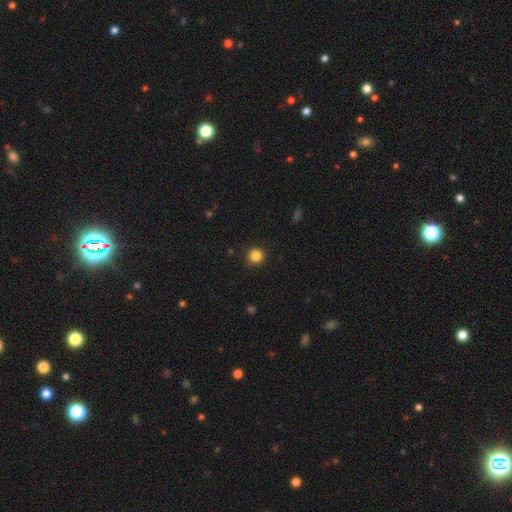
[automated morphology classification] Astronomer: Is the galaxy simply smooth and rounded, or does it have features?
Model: smooth — 85%.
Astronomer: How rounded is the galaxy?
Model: round — 95%.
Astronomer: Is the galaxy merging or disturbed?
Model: none — 92%.